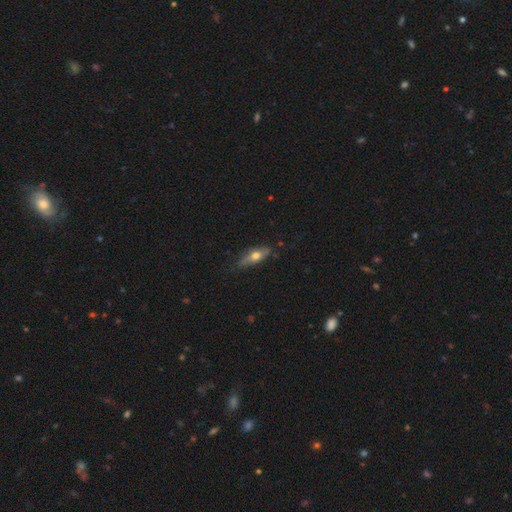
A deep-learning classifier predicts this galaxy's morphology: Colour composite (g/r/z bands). It shows a smooth galaxy with no disk features (55%) that is in between round and cigar-shaped (58%). Merging: none (73%).